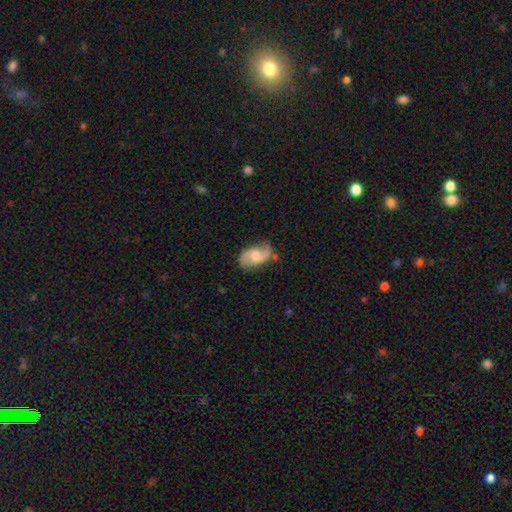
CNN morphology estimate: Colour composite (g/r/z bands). It shows a featured or disk galaxy (71%) with a weak bar (46%, tied with no), 2 (90%) loose (48%) spiral arms (94%) and a moderate central bulge (51%). Merging: none (72%).